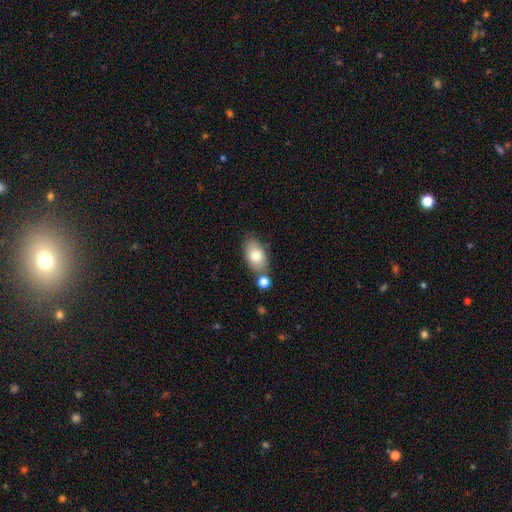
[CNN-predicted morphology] type=smooth (79%); roundness=in between (90%); merging=none (65%).